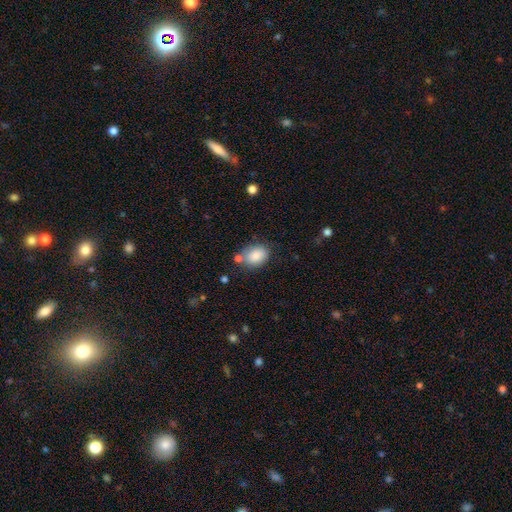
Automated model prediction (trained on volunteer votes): Overall: smooth (85%). How rounded: in between (68%; round 31%). Merging: none (66%).